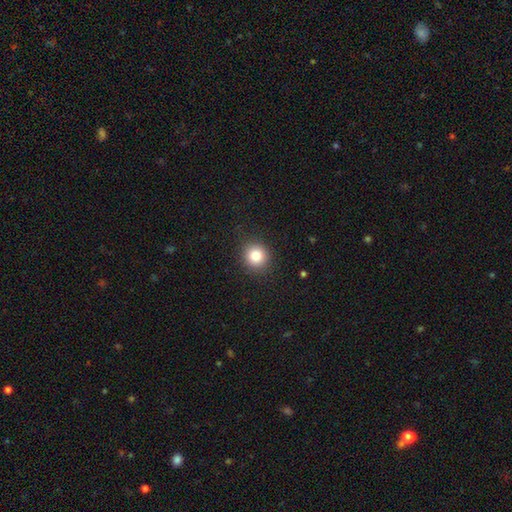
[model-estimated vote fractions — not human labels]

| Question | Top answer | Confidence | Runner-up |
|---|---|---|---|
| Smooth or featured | smooth | 83% | star or artifact (11%) |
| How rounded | round | 91% | in between (9%) |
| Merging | none | 90% | minor disturbance (7%) |